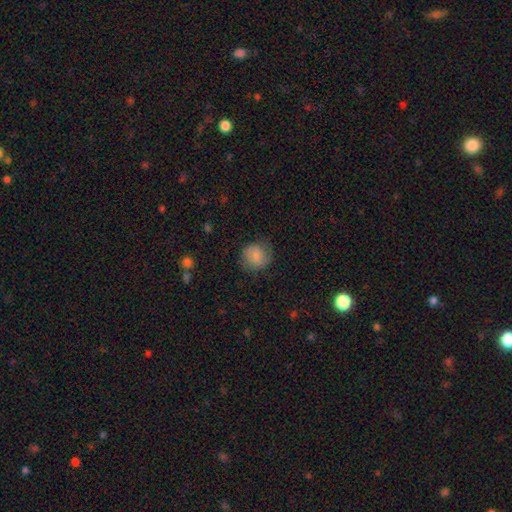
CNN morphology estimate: Q: Smooth or featured?
A: smooth (78%); runner-up: featured or disk (14%)
Q: How rounded?
A: round (84%); runner-up: in between (15%)
Q: Merging?
A: none (76%); runner-up: minor disturbance (17%)